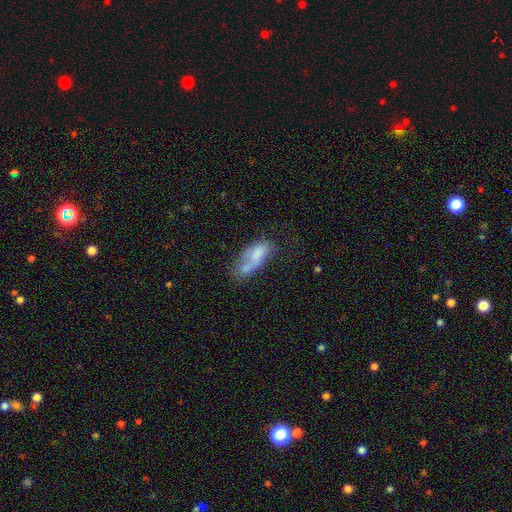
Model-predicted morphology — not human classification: smooth_or_featured: smooth (p=0.64) [alt: featured or disk p=0.27]
how_rounded: in between (p=0.80) [alt: cigar-shaped p=0.17]
merging: merger (p=0.33) [alt: none p=0.24]